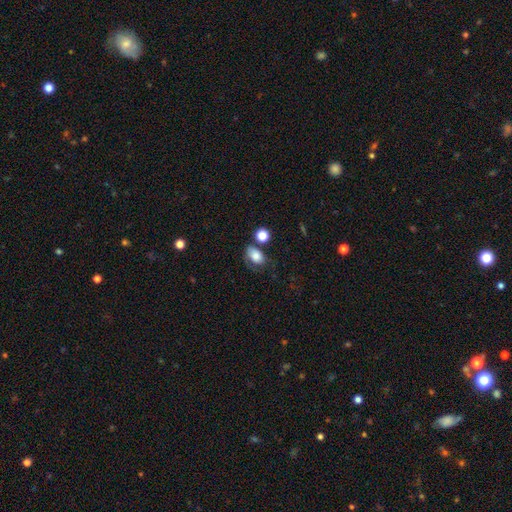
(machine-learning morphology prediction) This appears to be a smooth galaxy with no disk features (72%) that is in between round and cigar-shaped (77%). Merging: none (42%).